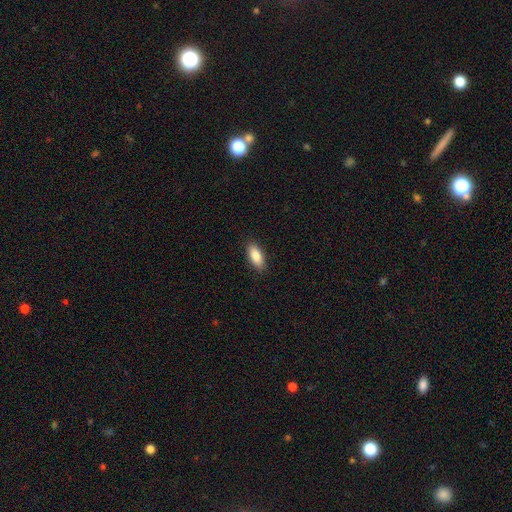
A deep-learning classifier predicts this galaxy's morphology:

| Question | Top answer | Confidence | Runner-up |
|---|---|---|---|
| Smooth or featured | smooth | 87% | featured or disk (7%) |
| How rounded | in between | 84% | cigar-shaped (14%) |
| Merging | none | 89% | minor disturbance (8%) |